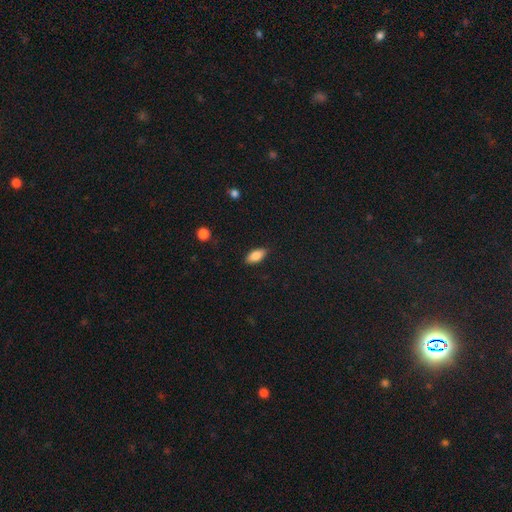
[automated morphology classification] smooth_or_featured: smooth (p=0.83) [alt: featured or disk p=0.10]
how_rounded: in between (p=0.87) [alt: cigar-shaped p=0.10]
merging: none (p=0.87) [alt: minor disturbance p=0.10]